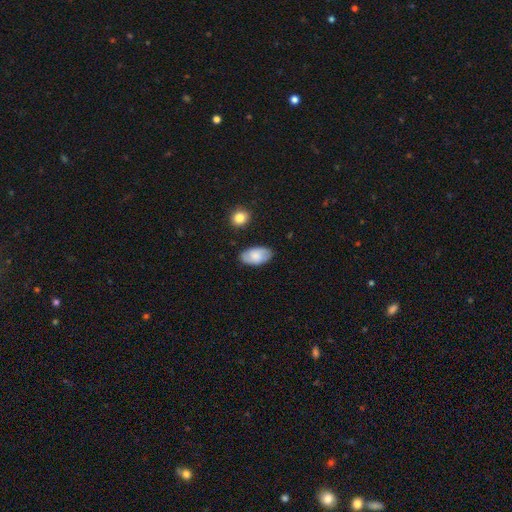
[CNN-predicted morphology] A smooth galaxy with no disk features (66%) that is in between round and cigar-shaped (94%).

Vote fractions:
- Smooth or featured? smooth: 66% / featured or disk: 27% / star or artifact: 8%
- How rounded? in between: 94% / round: 4% / cigar-shaped: 2%
- Merging? none: 81% / minor disturbance: 14% / major disturbance: 3% / merger: 2%